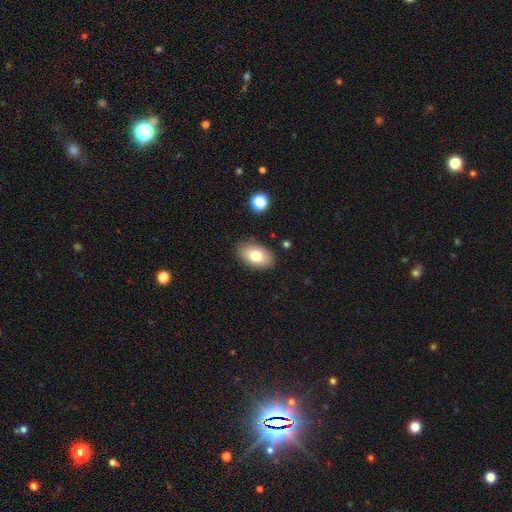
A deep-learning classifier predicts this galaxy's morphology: This appears to be a smooth galaxy with no disk features (78%) that is in between round and cigar-shaped (91%). Merging: none (86%).